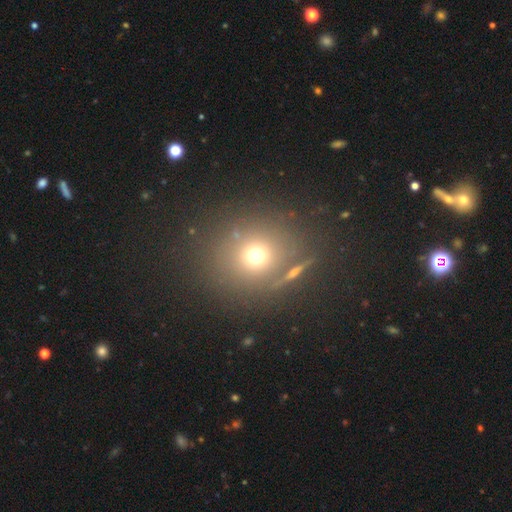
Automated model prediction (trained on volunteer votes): Overall: smooth (68%). How rounded: round (87%). Merging: none (76%).